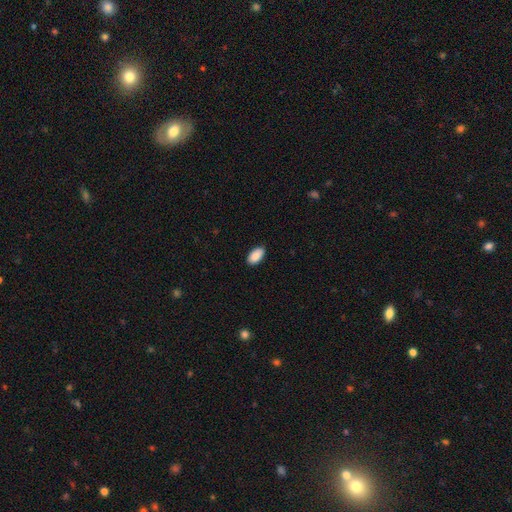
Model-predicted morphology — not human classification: A smooth galaxy with no disk features (90%) that is in between round and cigar-shaped (95%).

Vote fractions:
- Smooth or featured? smooth: 90% / star or artifact: 6% / featured or disk: 4%
- How rounded? in between: 95% / round: 3% / cigar-shaped: 2%
- Merging? none: 88% / minor disturbance: 9% / major disturbance: 2% / merger: 1%